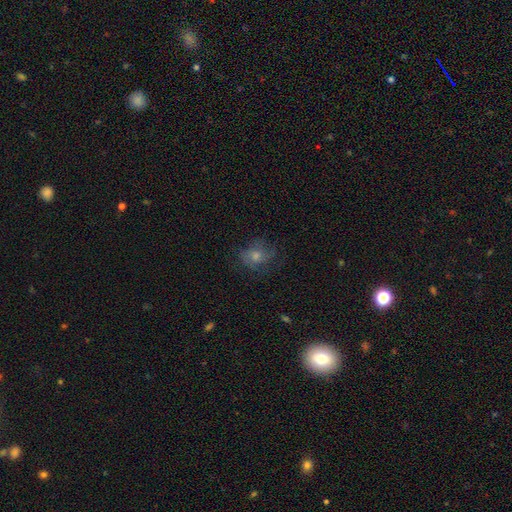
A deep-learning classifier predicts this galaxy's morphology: A smooth galaxy with no disk features (40%).

Vote fractions:
- Smooth or featured? smooth: 40% / featured or disk: 36% / star or artifact: 24%
- Merging? none: 71% / minor disturbance: 18% / major disturbance: 10% / merger: 1%